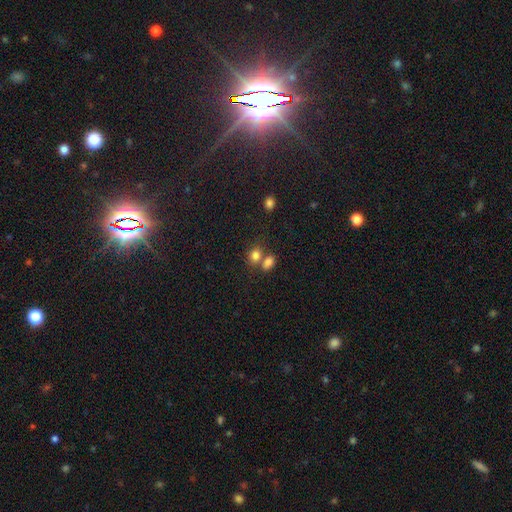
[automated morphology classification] smooth-or-featured: smooth: 82% | star or artifact: 11% | featured or disk: 7%
  how-rounded: in between: 55% | round: 44% | cigar-shaped: 1%
  merging: none: 44% | merger: 42% | minor disturbance: 10% | major disturbance: 4%